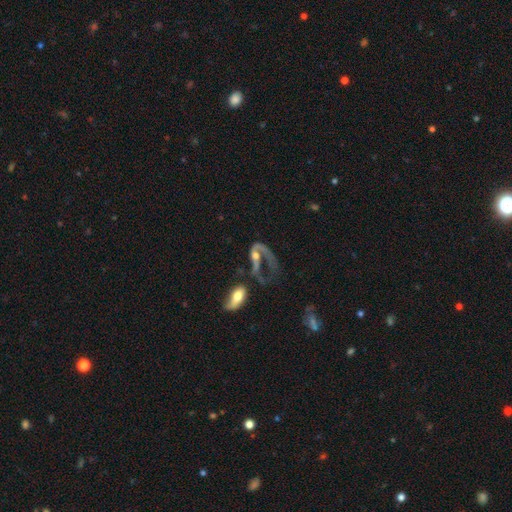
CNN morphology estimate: This appears to be a featured or disk galaxy (69%) with no bar (64%), spiral arms (68%) and a moderate central bulge (47%). Merging: major disturbance (49%).